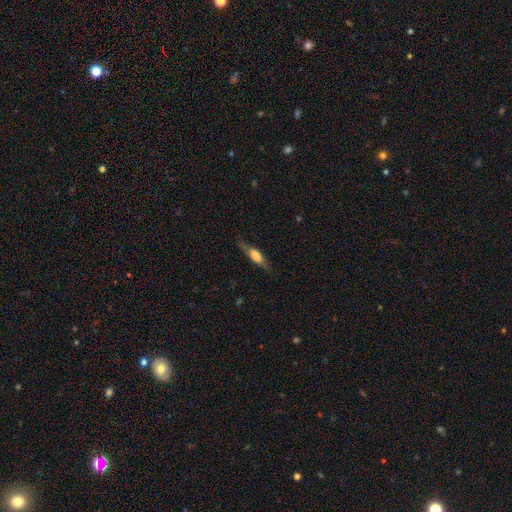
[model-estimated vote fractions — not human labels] Smooth or featured? featured or disk (47%)
Merging? none (77%)